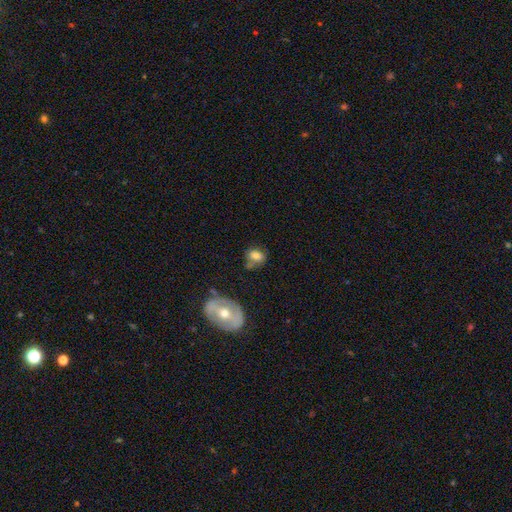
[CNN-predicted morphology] smooth-or-featured: smooth: 71% | featured or disk: 18% | star or artifact: 11%
  how-rounded: in between: 60% | round: 38% | cigar-shaped: 2%
  merging: none: 49% | minor disturbance: 26% | merger: 14% | major disturbance: 11%